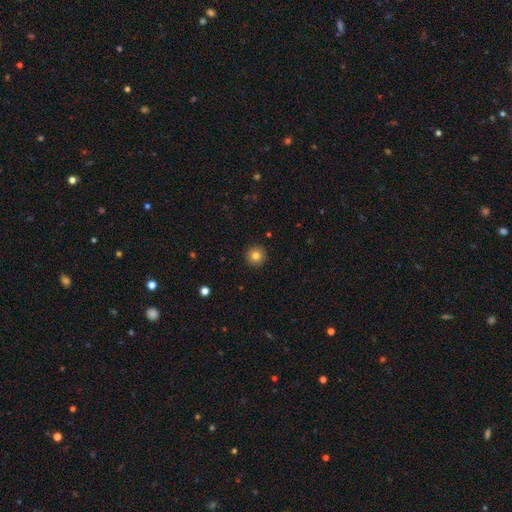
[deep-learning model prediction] smooth-or-featured: smooth: 82% | star or artifact: 10% | featured or disk: 9%
  how-rounded: round: 95% | in between: 4% | cigar-shaped: 1%
  merging: none: 92% | minor disturbance: 5% | major disturbance: 2% | merger: 1%